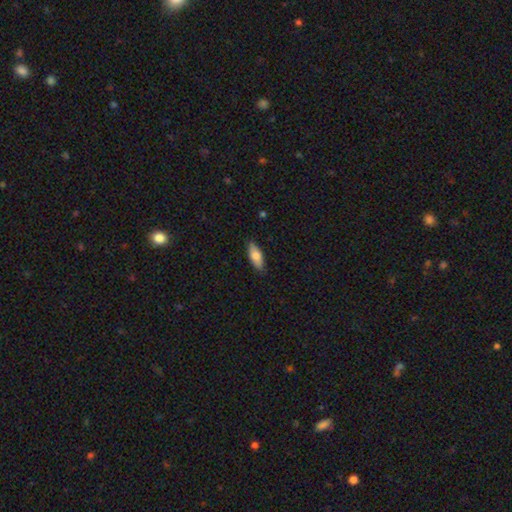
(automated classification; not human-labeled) The model was most divided on "how rounded": in between: 78%, cigar-shaped: 20%, round: 2%. More confident: merging — none (84%); smooth or featured — smooth (78%).